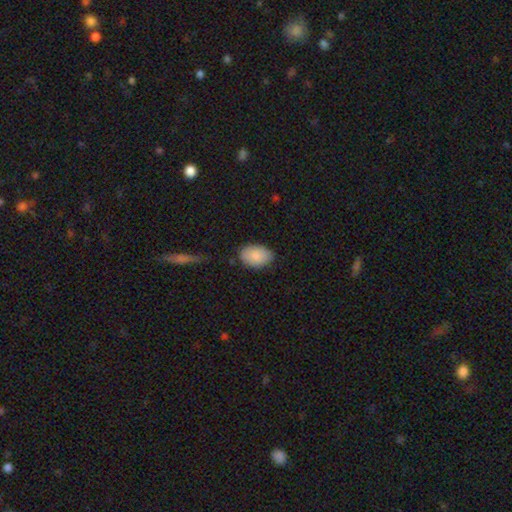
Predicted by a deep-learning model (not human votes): Morphology: type=smooth (87%); roundness=in between (87%); merging=none (80%).